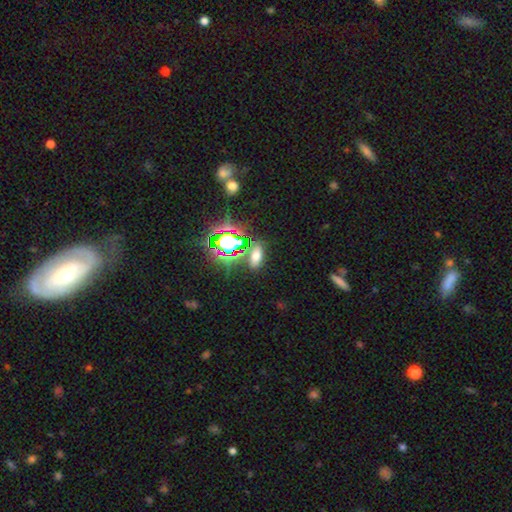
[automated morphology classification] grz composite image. It shows a smooth galaxy with no disk features (54%) that is in between round and cigar-shaped (81%). Merging: none (80%).